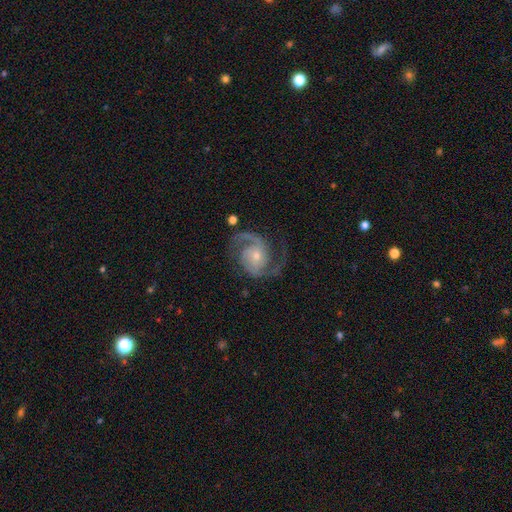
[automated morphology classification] Overall: featured or disk (92%). Edge-on disk: no (98%). Bar: no (64%; weak 28%). Spiral arms: yes (98%). Spiral arm count: 2 (91%). Spiral winding: medium (58%; tight 24%). Bulge size: small (56%; moderate 37%). Merging: none (76%).